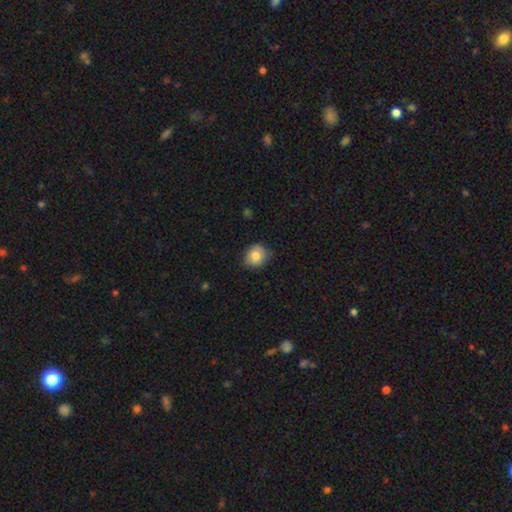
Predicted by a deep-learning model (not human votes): Morphology: type=smooth (80%); roundness=round (75%); merging=none (80%).